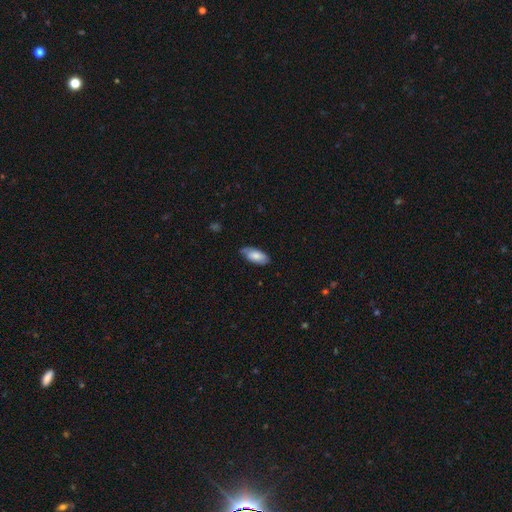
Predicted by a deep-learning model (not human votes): A smooth galaxy with no disk features (71%) that is in between round and cigar-shaped (89%).

Vote fractions:
- Smooth or featured? smooth: 71% / featured or disk: 22% / star or artifact: 6%
- How rounded? in between: 89% / cigar-shaped: 9% / round: 2%
- Merging? none: 68% / minor disturbance: 26% / major disturbance: 5% / merger: 1%